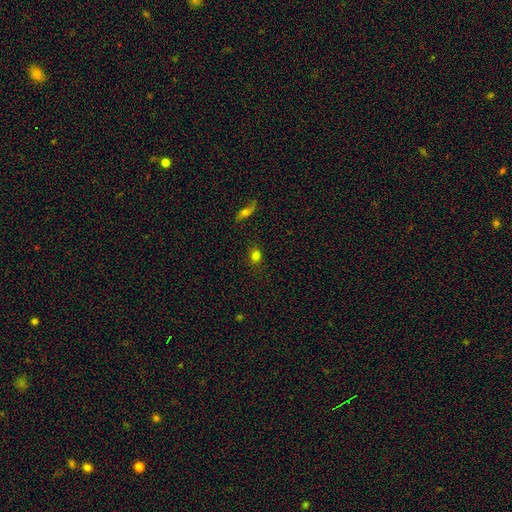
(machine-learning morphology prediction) smooth 80%, star or artifact 13%, featured or disk 7%. Down the decision tree: how rounded — round (50%); merging — none (82%).